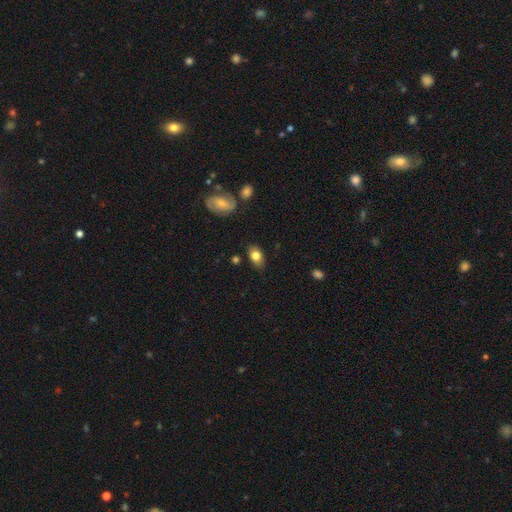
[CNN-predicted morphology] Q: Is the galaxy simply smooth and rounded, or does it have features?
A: smooth — 80%.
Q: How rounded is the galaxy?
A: in between — 82%.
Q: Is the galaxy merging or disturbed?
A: none — 79%.